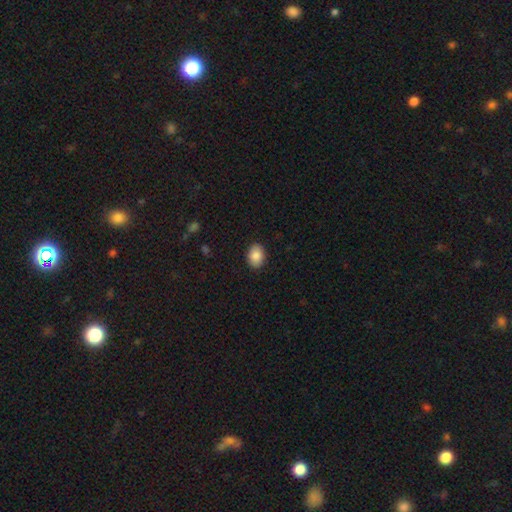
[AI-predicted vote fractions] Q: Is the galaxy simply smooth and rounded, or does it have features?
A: smooth — 87%.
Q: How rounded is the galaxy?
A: in between — 75%.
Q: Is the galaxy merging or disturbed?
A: none — 89%.